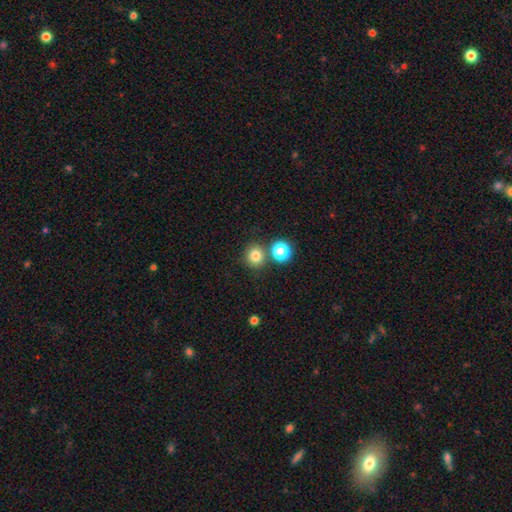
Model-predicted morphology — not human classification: smooth_or_featured: smooth (p=0.79) [alt: star or artifact p=0.15]
how_rounded: round (p=0.89) [alt: in between p=0.10]
merging: none (p=0.75) [alt: merger p=0.15]